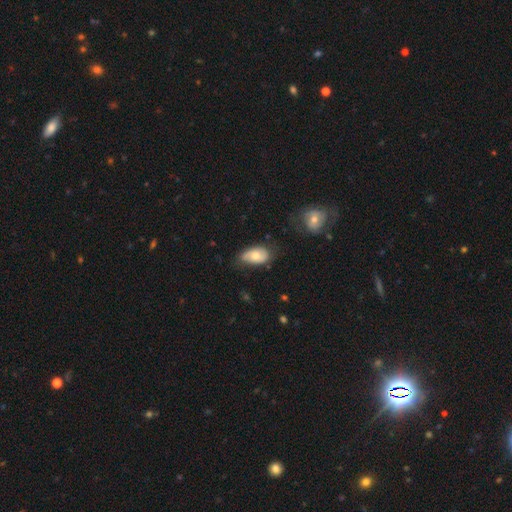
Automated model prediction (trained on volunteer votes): A smooth galaxy with no disk features (64%) that is in between round and cigar-shaped (92%).

Vote fractions:
- Smooth or featured? smooth: 64% / featured or disk: 29% / star or artifact: 7%
- How rounded? in between: 92% / round: 6% / cigar-shaped: 2%
- Merging? none: 58% / minor disturbance: 31% / major disturbance: 9% / merger: 2%